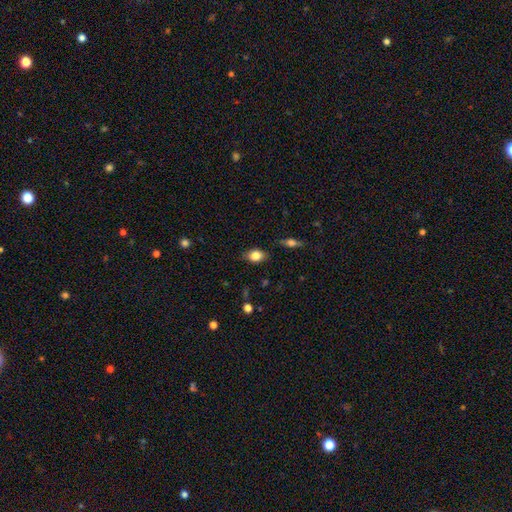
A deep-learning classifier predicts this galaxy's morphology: Smooth or featured?
  - smooth: 82% *
  - featured or disk: 9%
  - star or artifact: 9%
How rounded?
  - in between: 70% *
  - round: 28%
  - cigar-shaped: 2%
Merging?
  - none: 81% *
  - minor disturbance: 14%
  - major disturbance: 3%
  - merger: 1%